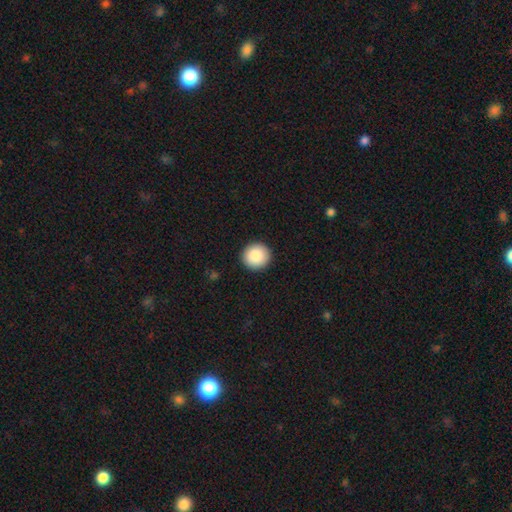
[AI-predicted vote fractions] Overall: smooth (88%). How rounded: round (95%). Merging: none (93%).